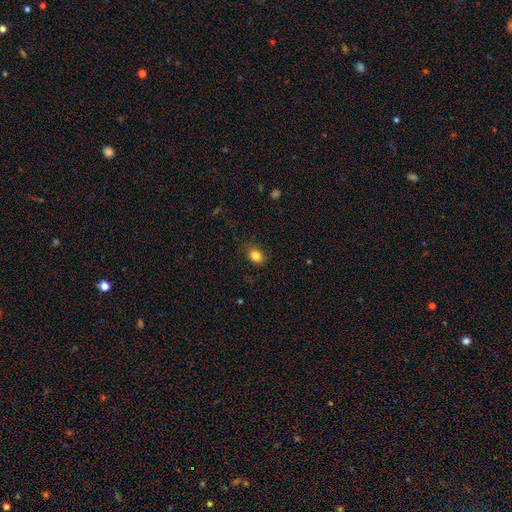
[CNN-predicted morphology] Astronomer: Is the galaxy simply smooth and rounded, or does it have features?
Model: smooth — 84%.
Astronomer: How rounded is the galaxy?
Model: in between — 64%.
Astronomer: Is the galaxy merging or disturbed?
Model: none — 82%.